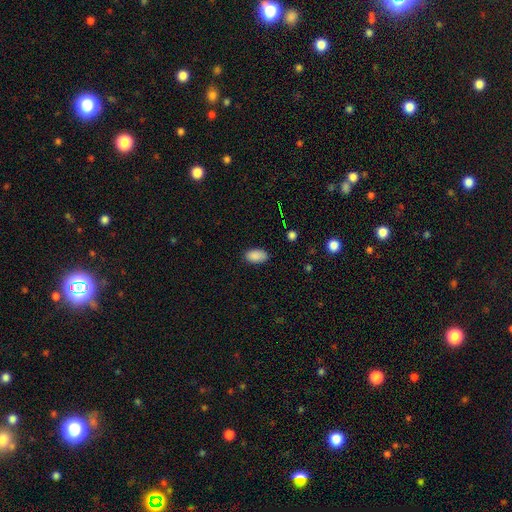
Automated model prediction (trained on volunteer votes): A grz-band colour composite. It shows a smooth galaxy with no disk features (88%) that is in between round and cigar-shaped (94%). Merging: none (84%).